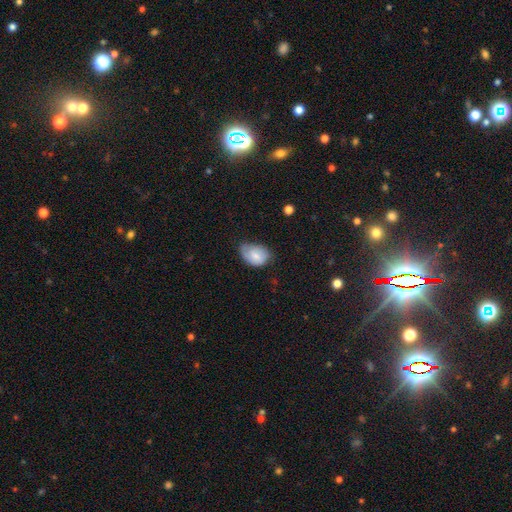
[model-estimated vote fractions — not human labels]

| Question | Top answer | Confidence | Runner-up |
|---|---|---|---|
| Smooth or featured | smooth | 74% | featured or disk (19%) |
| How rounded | in between | 78% | round (21%) |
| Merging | none | 44% | minor disturbance (43%) |